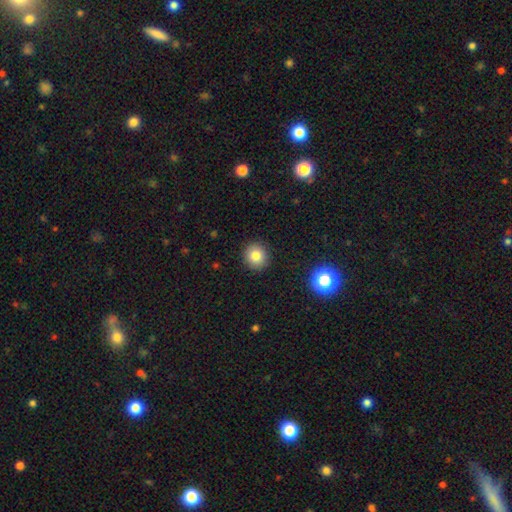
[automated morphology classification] smooth-or-featured: smooth: 80% | star or artifact: 12% | featured or disk: 8%
  how-rounded: round: 91% | in between: 8% | cigar-shaped: 1%
  merging: none: 92% | minor disturbance: 5% | major disturbance: 2% | merger: 1%